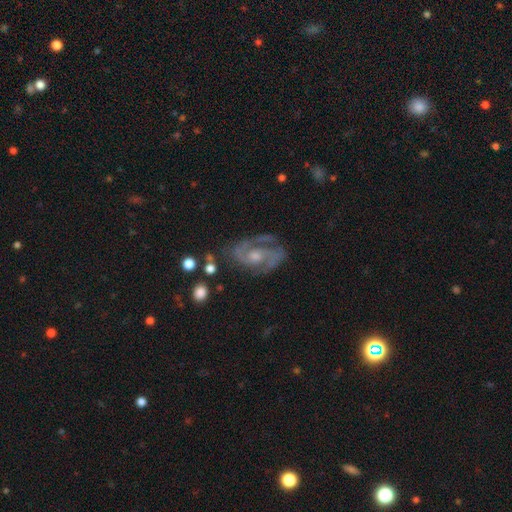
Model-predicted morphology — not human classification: smooth_or_featured: featured or disk (p=0.87) [alt: star or artifact p=0.07]
disk_edge_on: no (p=0.97) [alt: yes p=0.03]
bar: no (p=0.55) [alt: weak p=0.37]
has_spiral_arms: yes (p=0.96) [alt: no p=0.04]
spiral_winding: medium (p=0.52) [alt: tight p=0.36]
spiral_arm_count: 2 (p=0.78) [alt: 3 p=0.08]
bulge_size: moderate (p=0.52) [alt: small p=0.37]
merging: none (p=0.72) [alt: minor disturbance p=0.17]